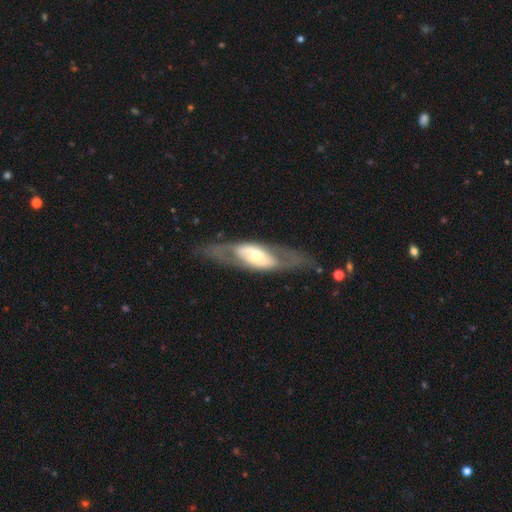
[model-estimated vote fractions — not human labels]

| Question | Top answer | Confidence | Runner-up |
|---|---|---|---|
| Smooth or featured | featured or disk | 67% | smooth (28%) |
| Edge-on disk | no | 77% | yes (23%) |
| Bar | no | 67% | weak (18%) |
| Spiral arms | no | 66% | yes (34%) |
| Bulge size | moderate | 55% | small (28%) |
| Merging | none | 70% | minor disturbance (15%) |